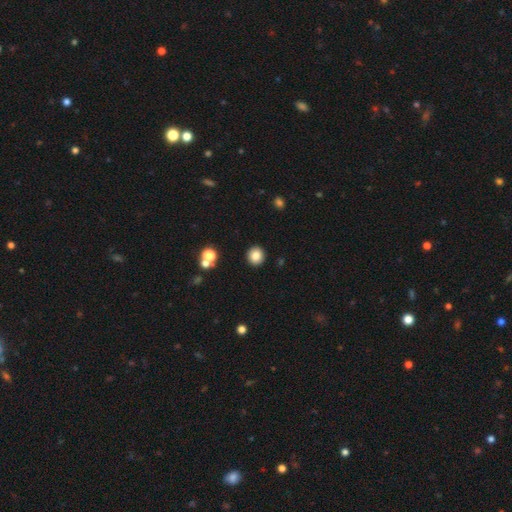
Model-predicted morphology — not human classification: The model was most divided on "smooth or featured": smooth: 84%, star or artifact: 11%, featured or disk: 6%. More confident: merging — none (91%); how rounded — round (89%).